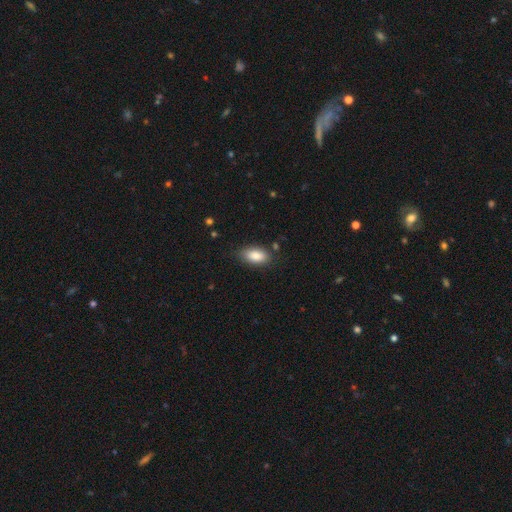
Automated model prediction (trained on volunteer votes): A smooth galaxy with no disk features (86%) that is in between round and cigar-shaped (91%).

Vote fractions:
- Smooth or featured? smooth: 86% / star or artifact: 7% / featured or disk: 7%
- How rounded? in between: 91% / cigar-shaped: 5% / round: 4%
- Merging? none: 80% / minor disturbance: 15% / major disturbance: 3% / merger: 2%